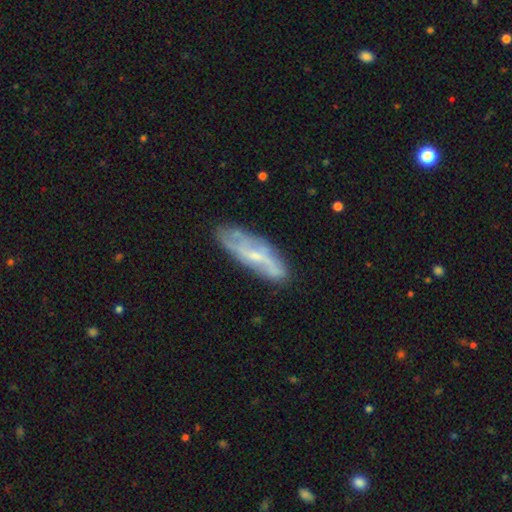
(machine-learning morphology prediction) Smooth or featured: featured or disk — 61% (smooth — 32%)
Edge-on disk: no — 78% (yes — 22%)
Merging: none — 67% (minor disturbance — 22%)